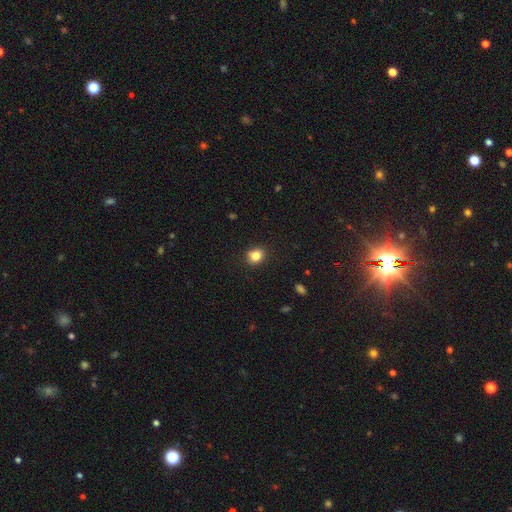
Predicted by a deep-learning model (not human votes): A smooth galaxy with no disk features (83%) that is round (67%).

Vote fractions:
- Smooth or featured? smooth: 83% / star or artifact: 11% / featured or disk: 6%
- How rounded? round: 67% / in between: 32% / cigar-shaped: 1%
- Merging? none: 83% / minor disturbance: 12% / major disturbance: 3% / merger: 2%